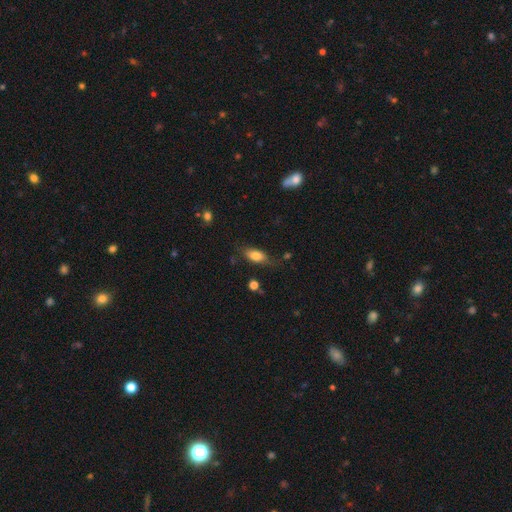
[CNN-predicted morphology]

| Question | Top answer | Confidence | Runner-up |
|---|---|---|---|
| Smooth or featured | smooth | 79% | featured or disk (13%) |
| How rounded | in between | 84% | cigar-shaped (11%) |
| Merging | none | 65% | minor disturbance (24%) |